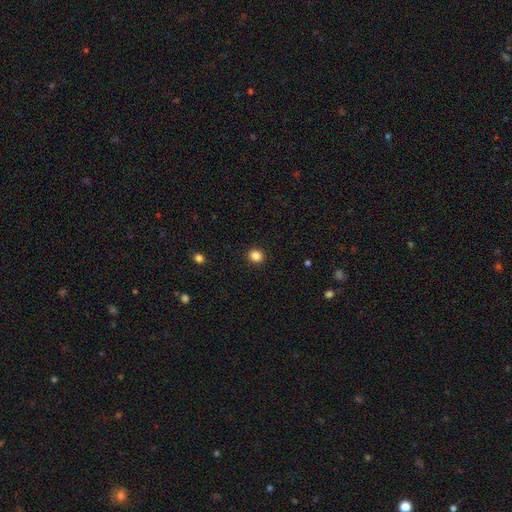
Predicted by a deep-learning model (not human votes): A smooth galaxy with no disk features (85%) that is round (80%).

Vote fractions:
- Smooth or featured? smooth: 85% / star or artifact: 11% / featured or disk: 3%
- How rounded? round: 80% / in between: 19% / cigar-shaped: 1%
- Merging? none: 92% / minor disturbance: 5% / major disturbance: 2% / merger: 1%